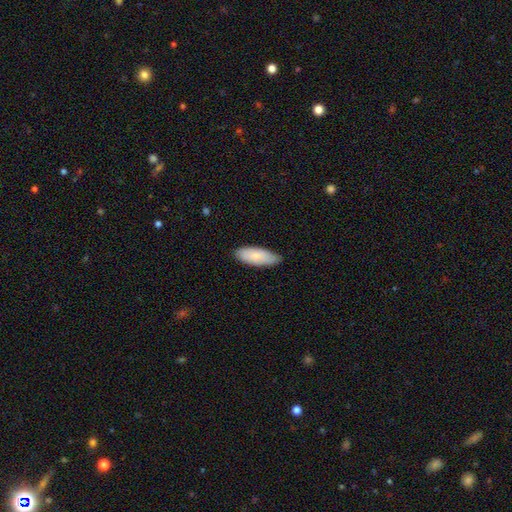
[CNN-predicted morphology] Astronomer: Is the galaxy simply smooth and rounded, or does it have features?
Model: smooth — 81%.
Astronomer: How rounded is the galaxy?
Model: in between — 78%.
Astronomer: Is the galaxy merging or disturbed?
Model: none — 77%.